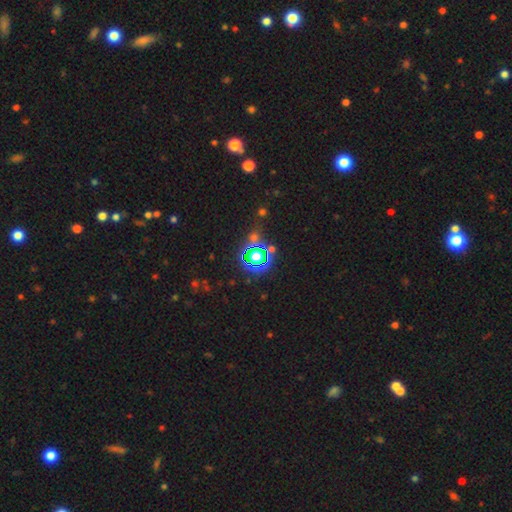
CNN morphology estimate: A star or artifact, not a galaxy (63%).